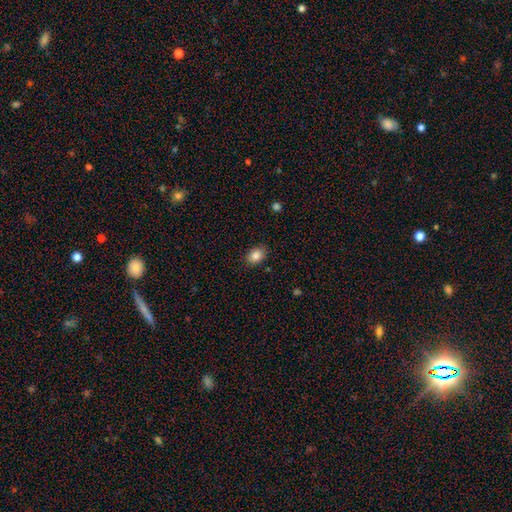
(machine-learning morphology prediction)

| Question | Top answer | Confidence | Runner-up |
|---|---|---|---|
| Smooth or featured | smooth | 85% | star or artifact (9%) |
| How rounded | in between | 71% | round (28%) |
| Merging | none | 86% | minor disturbance (10%) |